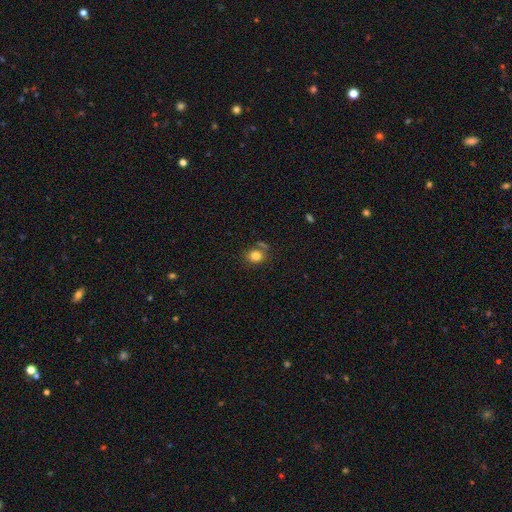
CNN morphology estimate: type=smooth (82%); roundness=round (63%); merging=none (67%).